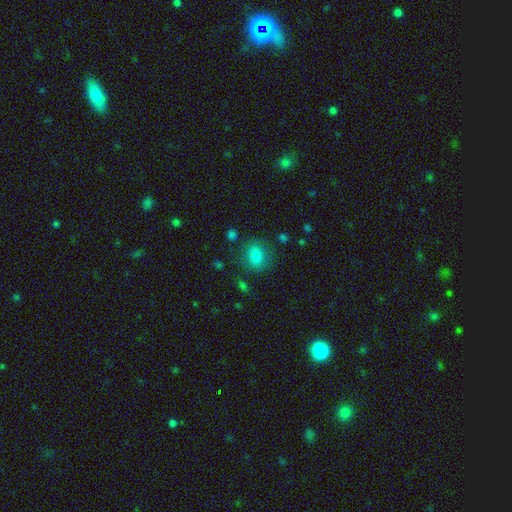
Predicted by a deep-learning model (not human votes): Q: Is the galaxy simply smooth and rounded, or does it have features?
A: smooth — 82%.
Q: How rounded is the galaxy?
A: in between — 53%.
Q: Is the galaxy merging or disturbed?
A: none — 78%.